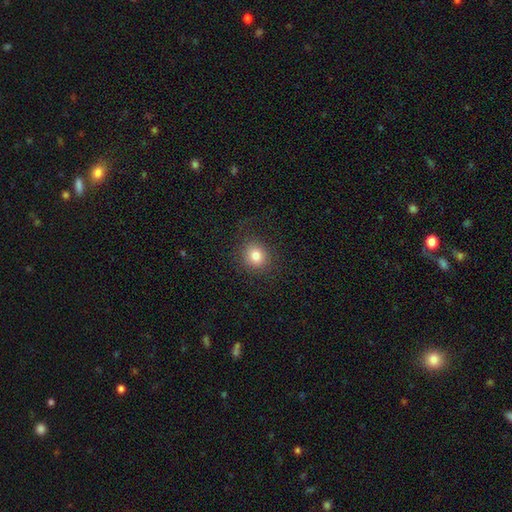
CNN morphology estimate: smooth 80%, star or artifact 12%, featured or disk 8%. Down the decision tree: how rounded — round (80%); merging — none (85%).